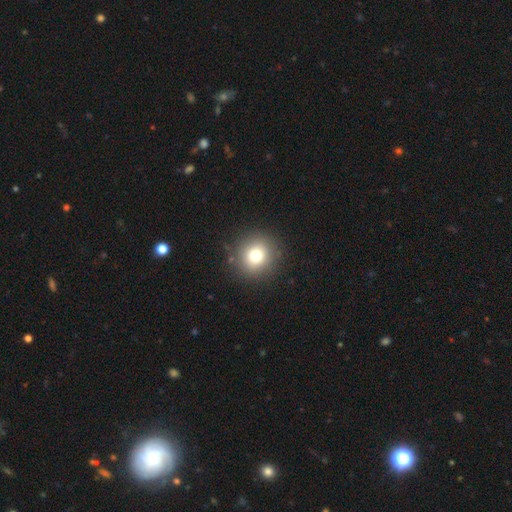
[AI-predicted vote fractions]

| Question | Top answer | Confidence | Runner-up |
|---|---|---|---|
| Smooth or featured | smooth | 76% | star or artifact (13%) |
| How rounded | round | 92% | in between (7%) |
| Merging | none | 89% | minor disturbance (7%) |